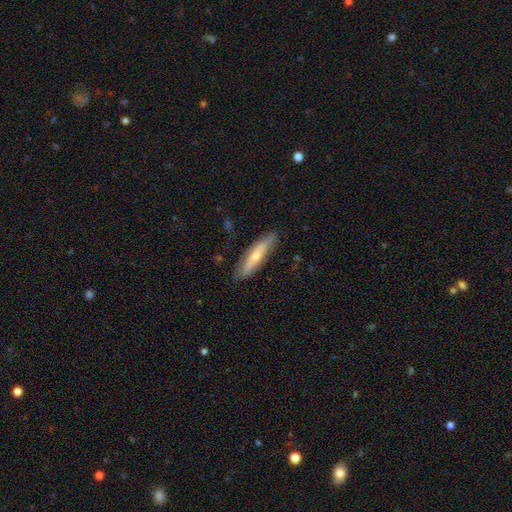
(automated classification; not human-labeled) Q: Smooth or featured?
A: smooth (52%); runner-up: featured or disk (43%)
Q: How rounded?
A: cigar-shaped (74%); runner-up: in between (25%)
Q: Merging?
A: none (81%); runner-up: minor disturbance (15%)